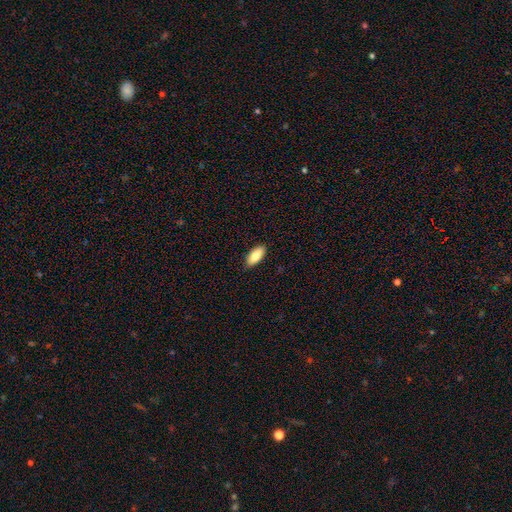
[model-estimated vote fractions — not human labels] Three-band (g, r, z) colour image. It shows a smooth galaxy with no disk features (87%) that is in between round and cigar-shaped (87%). Merging: none (88%).